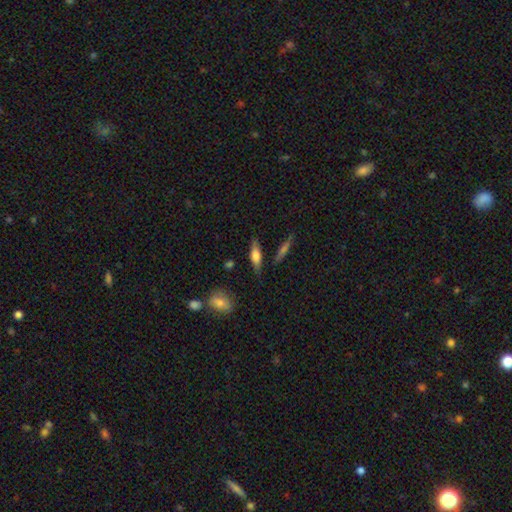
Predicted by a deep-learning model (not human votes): A smooth galaxy with no disk features (57%) that is in between round and cigar-shaped (48%, tied with cigar-shaped).

Vote fractions:
- Smooth or featured? smooth: 57% / featured or disk: 36% / star or artifact: 7%
- How rounded? in between: 48% (tied) / cigar-shaped: 48% (tied) / round: 4%
- Merging? none: 76% / minor disturbance: 16% / major disturbance: 4% / merger: 4%